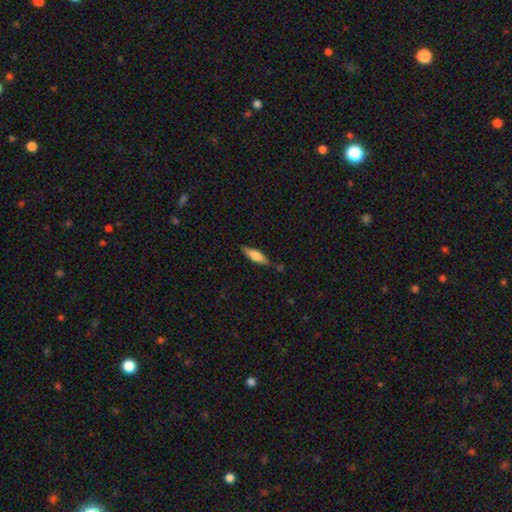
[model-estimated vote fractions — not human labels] The model was most divided on "how rounded": cigar-shaped: 59%, in between: 39%, round: 2%. More confident: merging — none (77%); smooth or featured — smooth (65%).